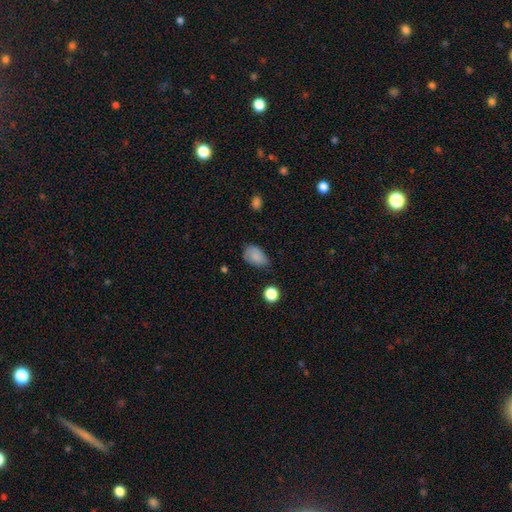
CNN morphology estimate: A smooth galaxy with no disk features (82%) that is in between round and cigar-shaped (86%).

Vote fractions:
- Smooth or featured? smooth: 82% / star or artifact: 9% / featured or disk: 9%
- How rounded? in between: 86% / round: 13% / cigar-shaped: 1%
- Merging? none: 53% / minor disturbance: 35% / major disturbance: 9% / merger: 2%